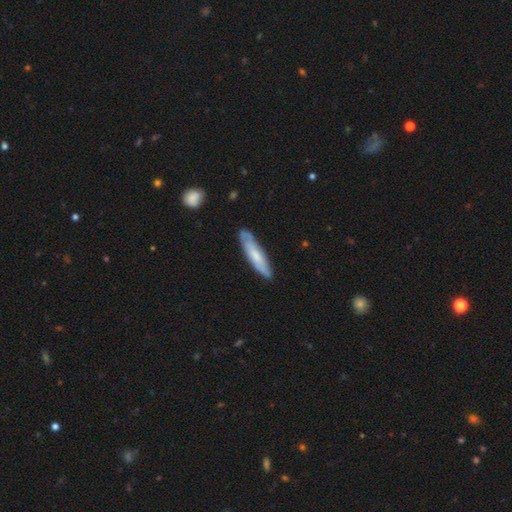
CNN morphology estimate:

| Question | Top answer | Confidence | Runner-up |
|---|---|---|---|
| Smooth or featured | smooth | 56% | featured or disk (38%) |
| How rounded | cigar-shaped | 78% | in between (21%) |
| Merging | none | 80% | minor disturbance (15%) |